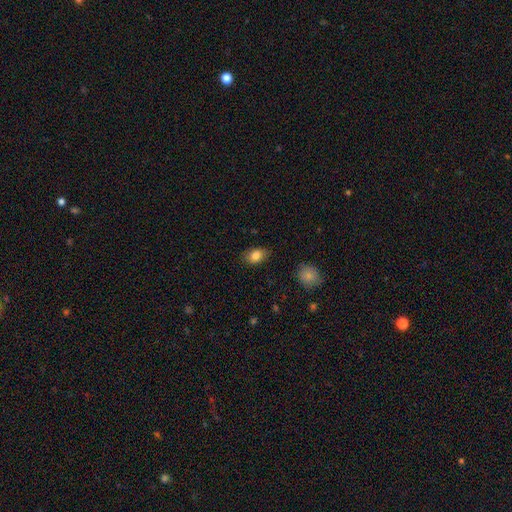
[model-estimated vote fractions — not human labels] A smooth galaxy with no disk features (84%) that is in between round and cigar-shaped (80%). Merging: none (82%).